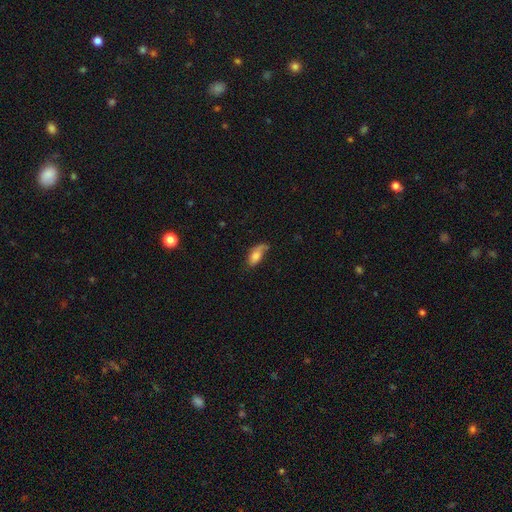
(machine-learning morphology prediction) smooth_or_featured: smooth (p=0.71) [alt: featured or disk p=0.21]
how_rounded: in between (p=0.86) [alt: cigar-shaped p=0.10]
merging: none (p=0.41) [alt: minor disturbance p=0.32]